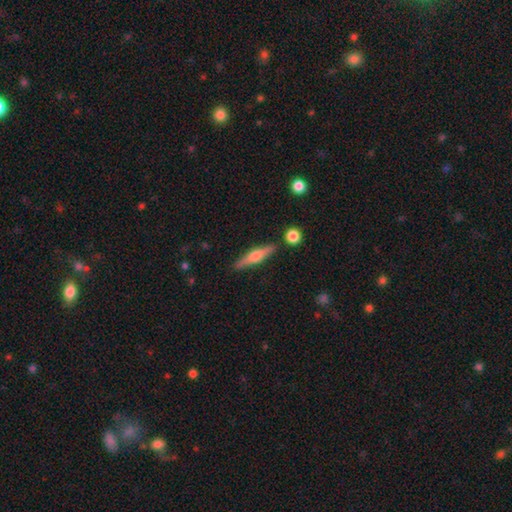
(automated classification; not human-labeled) smooth_or_featured: featured or disk (p=0.59) [alt: smooth p=0.35]
disk_edge_on: yes (p=0.96) [alt: no p=0.04]
edge_on_bulge: rounded (p=0.88) [alt: boxy p=0.07]
merging: none (p=0.87) [alt: minor disturbance p=0.08]